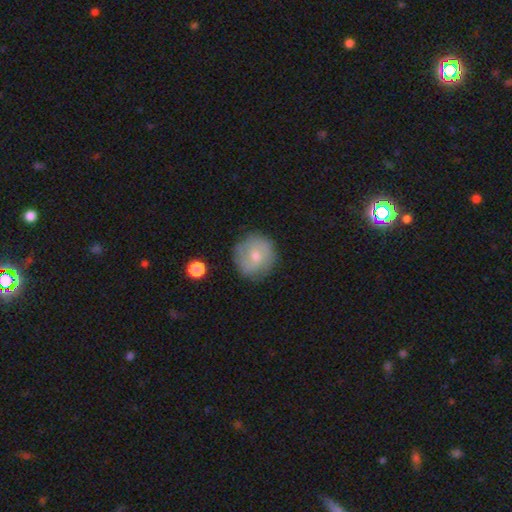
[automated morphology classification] Smooth or featured? smooth (57%)
How rounded? round (90%)
Merging? none (78%)